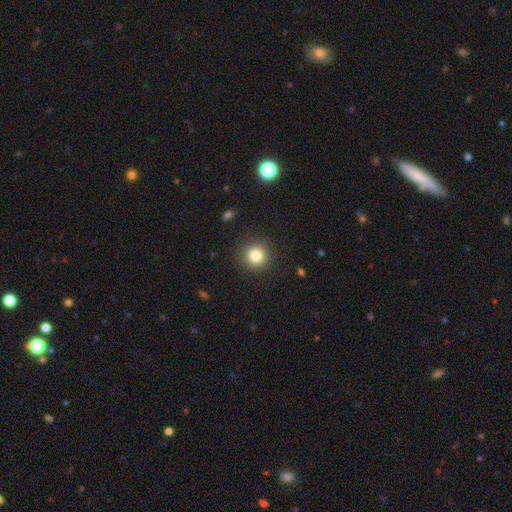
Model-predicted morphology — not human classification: Q: Smooth or featured?
A: smooth (82%); runner-up: star or artifact (12%)
Q: How rounded?
A: round (94%); runner-up: in between (5%)
Q: Merging?
A: none (90%); runner-up: minor disturbance (6%)